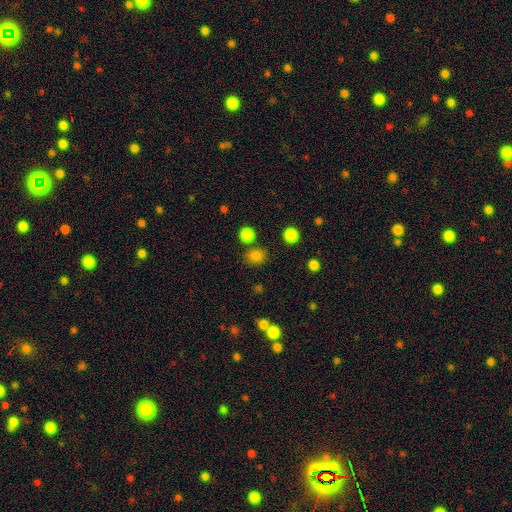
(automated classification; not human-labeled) Q: Smooth or featured?
A: smooth (80%); runner-up: star or artifact (15%)
Q: How rounded?
A: round (63%); runner-up: in between (36%)
Q: Merging?
A: none (76%); runner-up: minor disturbance (11%)